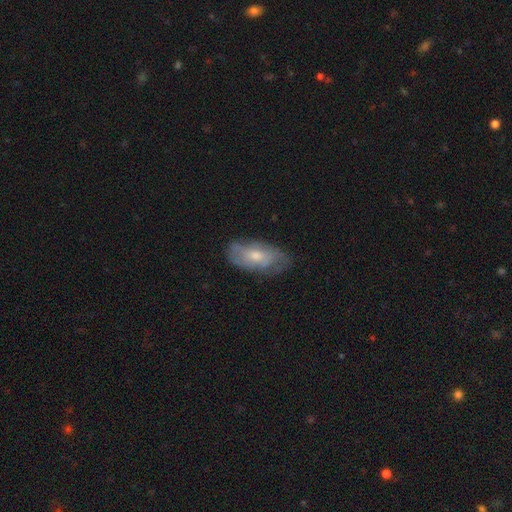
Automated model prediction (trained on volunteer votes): smooth-or-featured: featured or disk: 51% | smooth: 42% | star or artifact: 7%
  disk-edge-on: no: 89% | yes: 11%
  merging: none: 68% | minor disturbance: 24% | major disturbance: 7% | merger: 1%